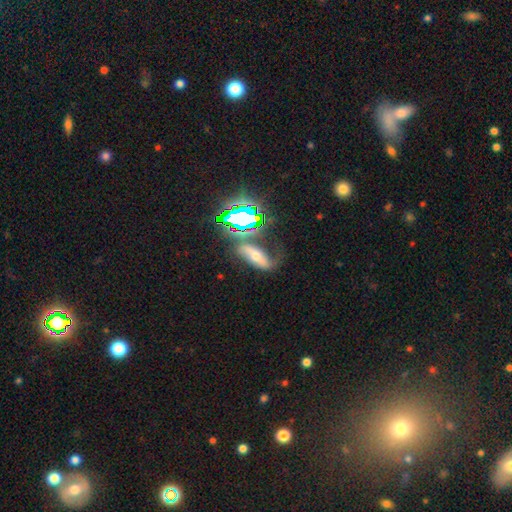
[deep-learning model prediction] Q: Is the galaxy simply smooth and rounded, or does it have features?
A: featured or disk — 45%.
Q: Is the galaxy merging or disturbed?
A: none — 55%.